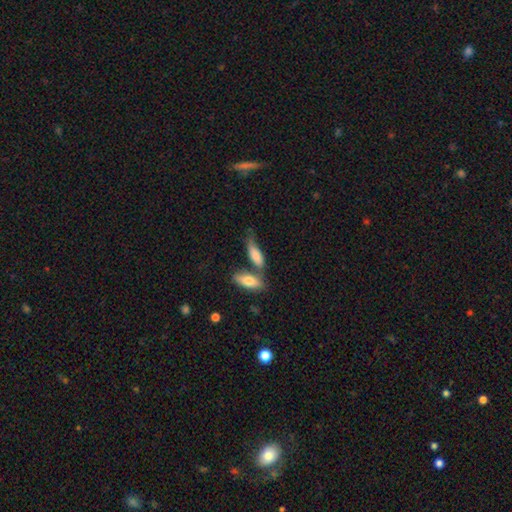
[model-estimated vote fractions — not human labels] This is likely a smooth galaxy (78%). How rounded: likely in between (67%). Merging: marginally merger (38%).